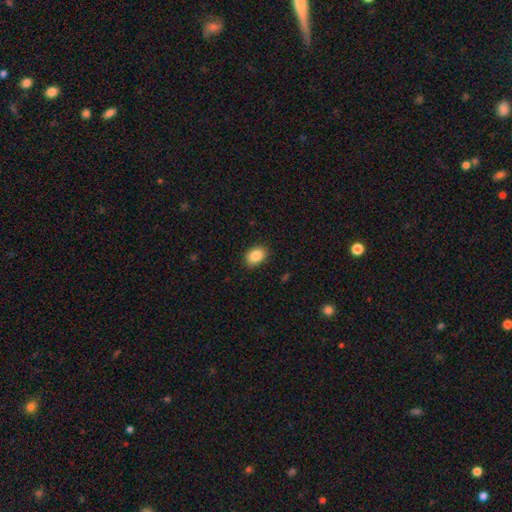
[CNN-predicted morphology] Smooth or featured? Predicted: smooth (p=0.87). How rounded? Predicted: in between (p=0.80). Merging? Predicted: none (p=0.88).